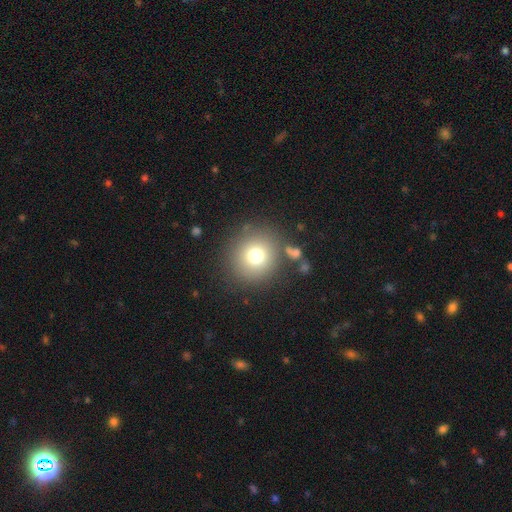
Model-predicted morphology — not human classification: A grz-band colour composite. It shows a smooth galaxy with no disk features (74%) that is round (91%). Merging: none (82%).